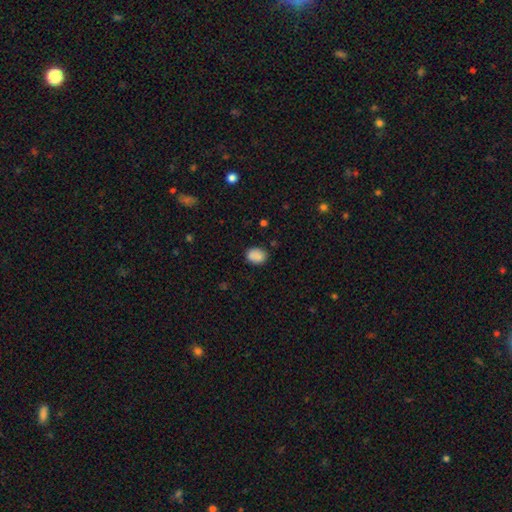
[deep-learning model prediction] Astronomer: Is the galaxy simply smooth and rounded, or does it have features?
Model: smooth — 88%.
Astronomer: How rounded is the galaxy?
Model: in between — 66%.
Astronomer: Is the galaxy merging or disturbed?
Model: none — 81%.